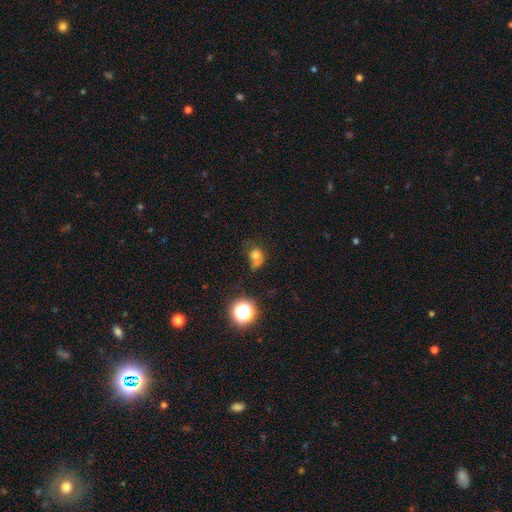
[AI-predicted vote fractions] Overall: smooth (66%). How rounded: round (68%; in between 30%). Merging: none (33%; merger 29%).